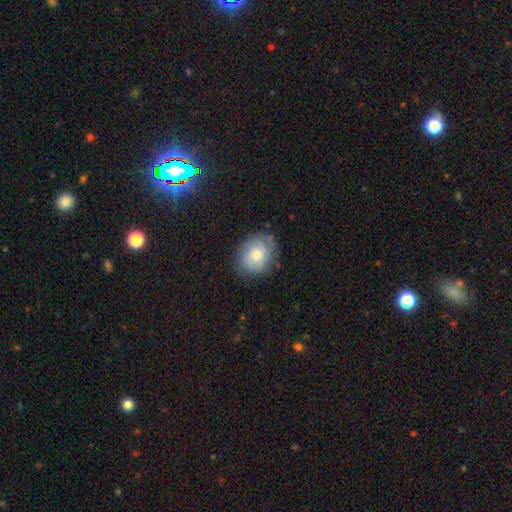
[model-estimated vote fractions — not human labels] Overall: smooth (66%; featured or disk 26%). How rounded: round (52%; in between 47%). Merging: none (74%).